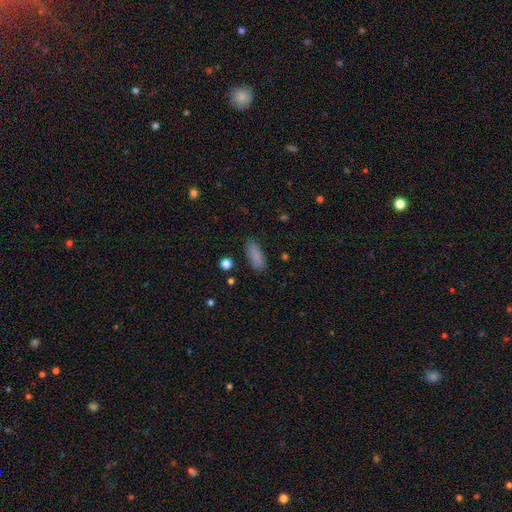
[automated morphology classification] A smooth galaxy with no disk features (86%) that is in between round and cigar-shaped (73%).

Vote fractions:
- Smooth or featured? smooth: 86% / star or artifact: 9% / featured or disk: 5%
- How rounded? in between: 73% / cigar-shaped: 25% / round: 2%
- Merging? none: 84% / minor disturbance: 12% / major disturbance: 3% / merger: 2%